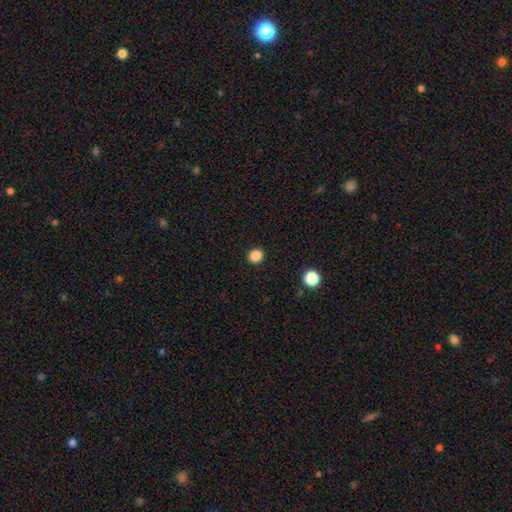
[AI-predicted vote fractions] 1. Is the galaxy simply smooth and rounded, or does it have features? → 85% smooth, 12% star or artifact, 3% featured or disk.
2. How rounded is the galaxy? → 88% round, 11% in between, 1% cigar-shaped.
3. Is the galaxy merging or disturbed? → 93% none, 5% minor disturbance, 2% major disturbance, 1% merger.